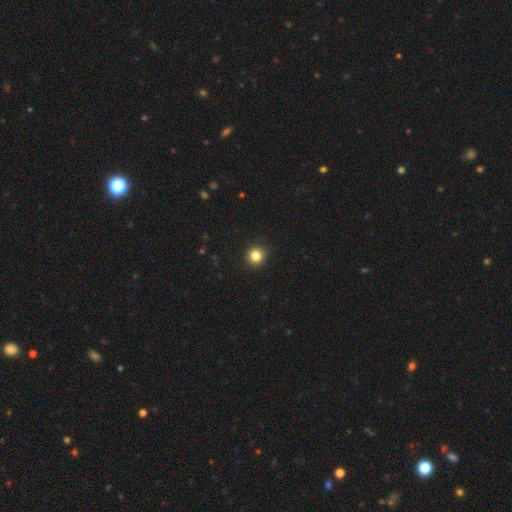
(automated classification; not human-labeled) smooth_or_featured: smooth (p=0.82) [alt: star or artifact p=0.12]
how_rounded: round (p=0.94) [alt: in between p=0.05]
merging: none (p=0.93) [alt: minor disturbance p=0.05]